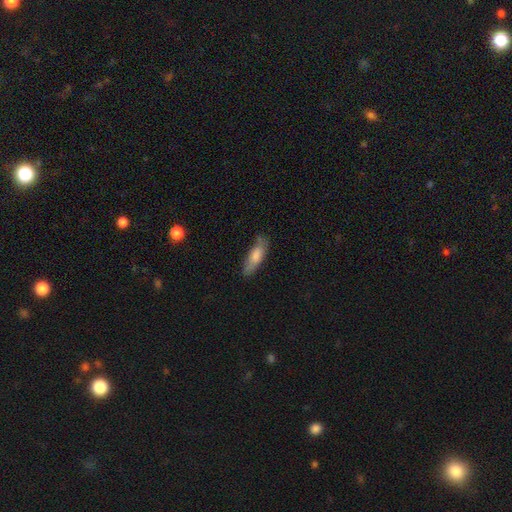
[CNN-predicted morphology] A smooth galaxy with no disk features (72%) that is cigar-shaped (51%). Merging: none (71%).